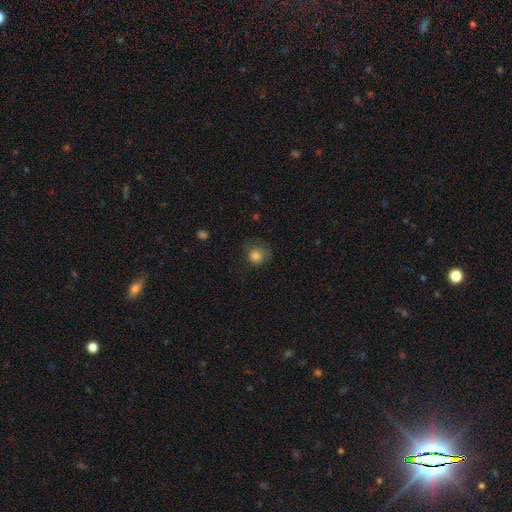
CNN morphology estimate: Smooth or featured: smooth — 81% (star or artifact — 10%)
How rounded: round — 85% (in between — 14%)
Merging: none — 56% (minor disturbance — 24%)